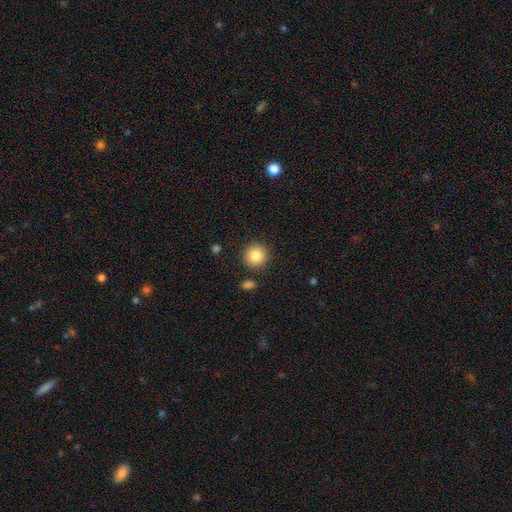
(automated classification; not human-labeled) smooth 86%, star or artifact 9%, featured or disk 5%. Down the decision tree: how rounded — round (93%); merging — none (88%).